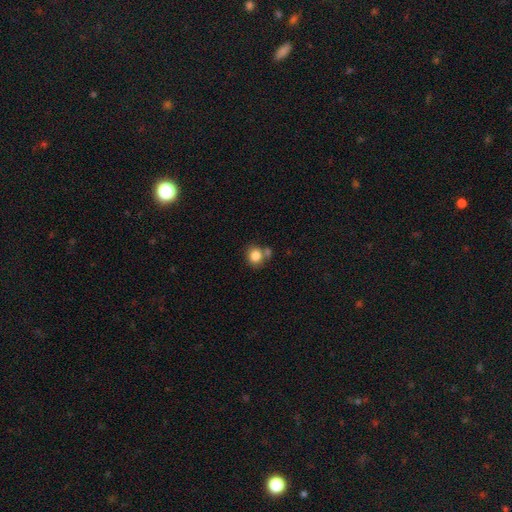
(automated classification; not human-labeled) Smooth or featured?
  - smooth: 83% *
  - star or artifact: 10%
  - featured or disk: 7%
How rounded?
  - round: 79% *
  - in between: 20%
  - cigar-shaped: 1%
Merging?
  - none: 61% *
  - merger: 22%
  - minor disturbance: 12%
  - major disturbance: 4%